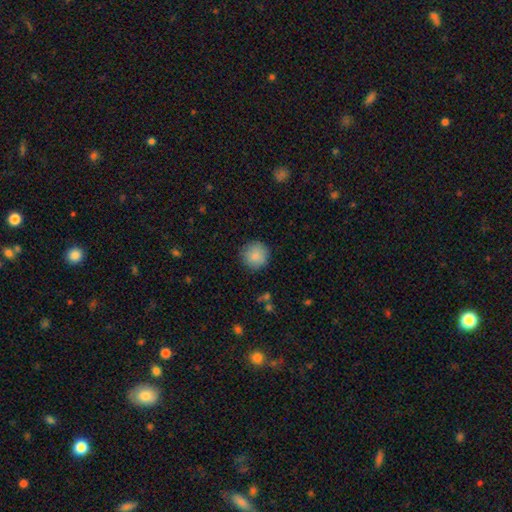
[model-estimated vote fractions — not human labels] Q: Smooth or featured?
A: smooth (87%); runner-up: star or artifact (8%)
Q: How rounded?
A: round (95%); runner-up: in between (4%)
Q: Merging?
A: none (88%); runner-up: minor disturbance (8%)